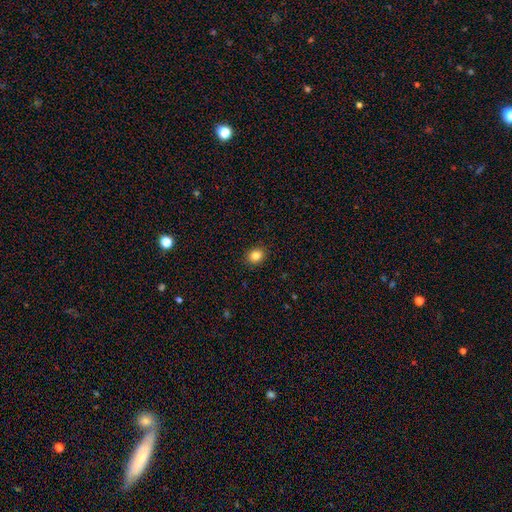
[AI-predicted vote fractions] smooth_or_featured: smooth (p=0.85) [alt: star or artifact p=0.11]
how_rounded: round (p=0.67) [alt: in between p=0.32]
merging: none (p=0.91) [alt: minor disturbance p=0.07]